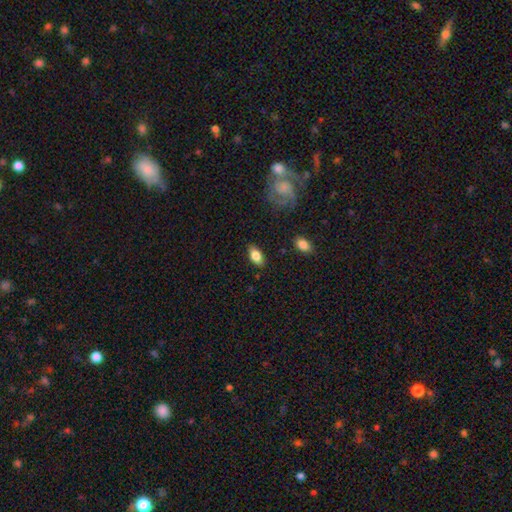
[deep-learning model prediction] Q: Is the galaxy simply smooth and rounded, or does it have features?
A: smooth — 79%.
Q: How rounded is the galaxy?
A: in between — 89%.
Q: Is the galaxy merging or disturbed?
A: none — 85%.